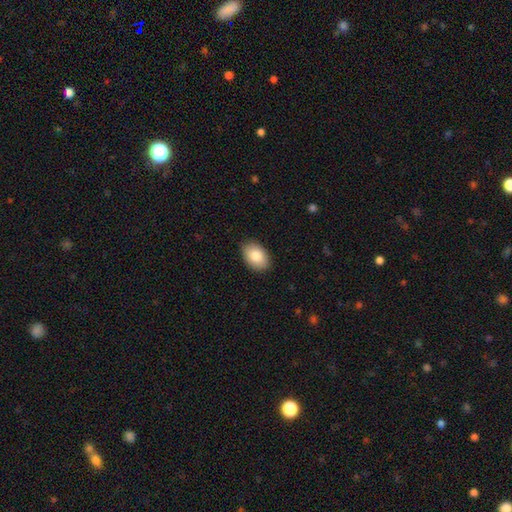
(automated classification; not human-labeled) Smooth or featured: smooth — 85% (featured or disk — 9%)
How rounded: in between — 88% (round — 10%)
Merging: none — 88% (minor disturbance — 9%)